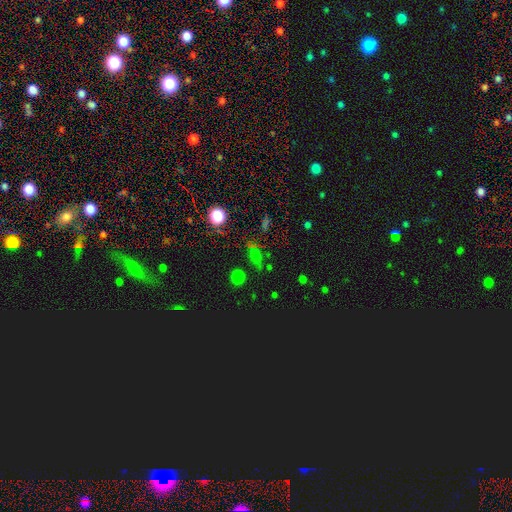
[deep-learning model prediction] smooth_or_featured: smooth (p=0.48) [alt: star or artifact p=0.41]
merging: none (p=0.71) [alt: minor disturbance p=0.14]